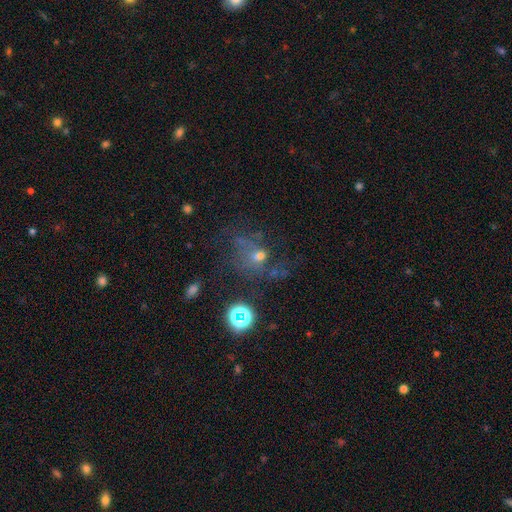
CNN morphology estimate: type=star or artifact (37%).